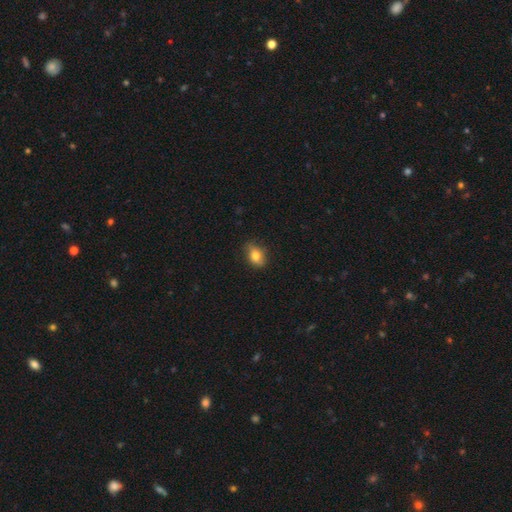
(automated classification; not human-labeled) Smooth or featured? smooth (74%)
How rounded? in between (72%)
Merging? none (77%)